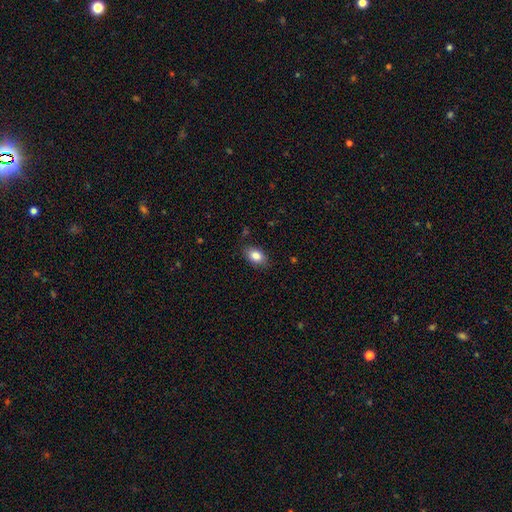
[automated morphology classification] smooth-or-featured: smooth: 85% | star or artifact: 8% | featured or disk: 7%
  how-rounded: in between: 87% | round: 12% | cigar-shaped: 2%
  merging: none: 84% | minor disturbance: 12% | major disturbance: 3% | merger: 1%